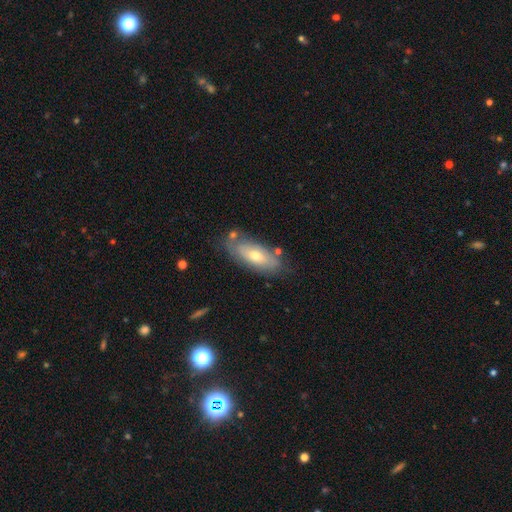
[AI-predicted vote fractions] smooth 54%, featured or disk 39%, star or artifact 7%. Down the decision tree: how rounded — in between (80%); merging — none (70%).